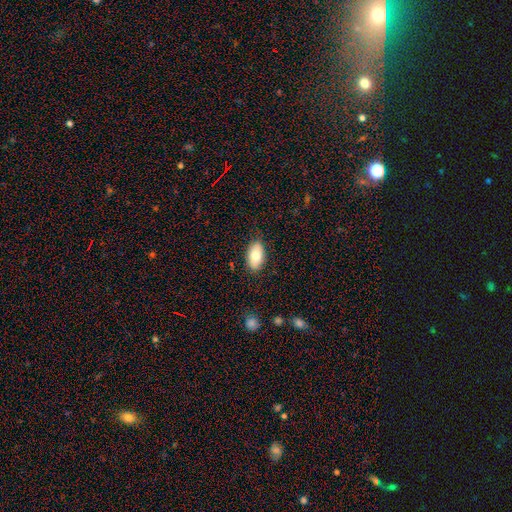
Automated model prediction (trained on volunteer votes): Smooth or featured? Predicted: smooth (p=0.77). How rounded? Predicted: in between (p=0.93). Merging? Predicted: none (p=0.84).